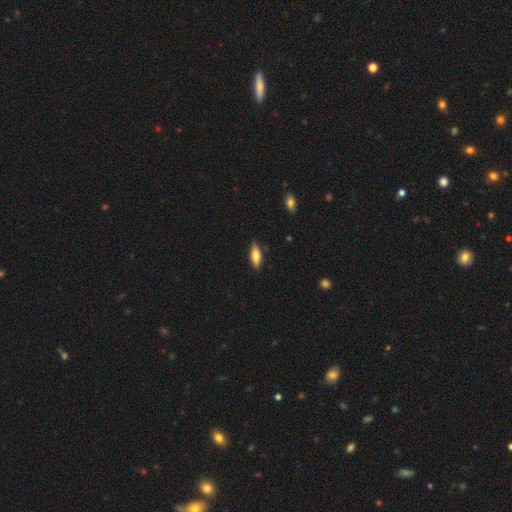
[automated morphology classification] smooth-or-featured: smooth: 69% | featured or disk: 24% | star or artifact: 7%
  how-rounded: in between: 64% | cigar-shaped: 33% | round: 2%
  merging: none: 84% | minor disturbance: 13% | major disturbance: 2% | merger: 1%